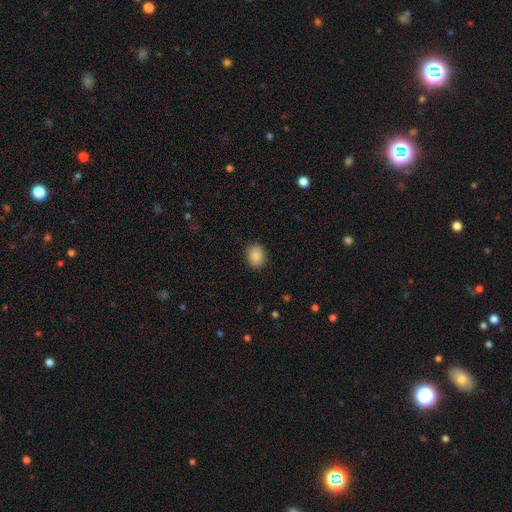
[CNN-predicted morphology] Smooth or featured?
  - smooth: 86% *
  - star or artifact: 9%
  - featured or disk: 5%
How rounded?
  - round: 51% *
  - in between: 48%
  - cigar-shaped: 1%
Merging?
  - none: 89% *
  - minor disturbance: 8%
  - major disturbance: 2%
  - merger: 1%